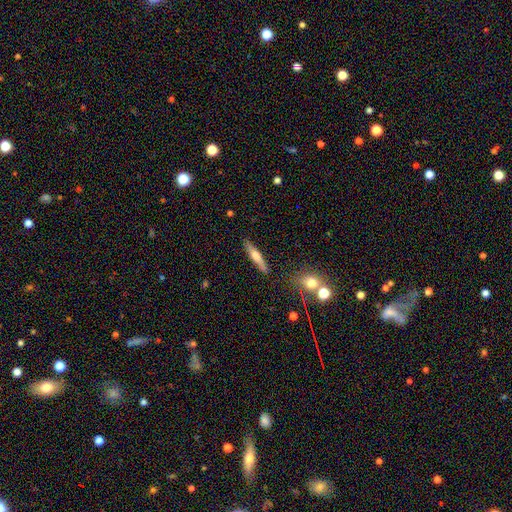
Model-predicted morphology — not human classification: This appears to be a featured or disk galaxy (49%). Merging: none (85%).